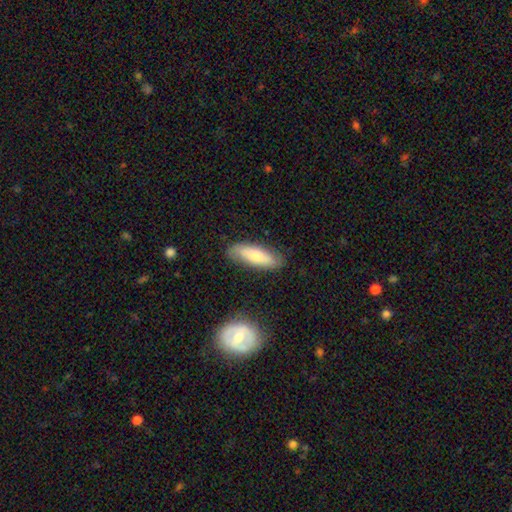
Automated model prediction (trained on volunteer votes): A smooth galaxy with no disk features (67%) that is in between round and cigar-shaped (51%).

Vote fractions:
- Smooth or featured? smooth: 67% / featured or disk: 26% / star or artifact: 6%
- How rounded? in between: 51% / cigar-shaped: 47% / round: 2%
- Merging? none: 81% / minor disturbance: 14% / major disturbance: 3% / merger: 2%